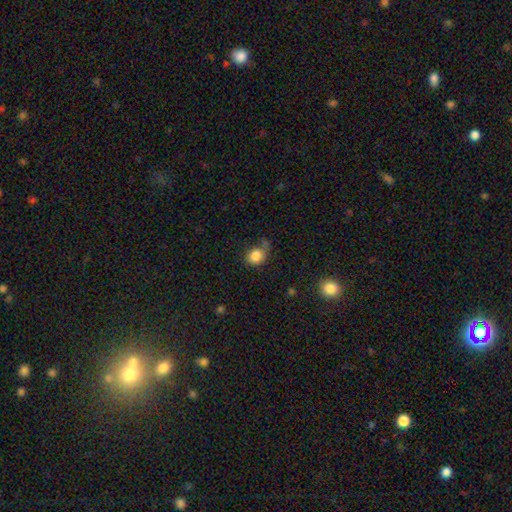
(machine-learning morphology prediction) Overall: smooth (84%). How rounded: round (64%; in between 35%). Merging: none (57%; minor disturbance 26%).